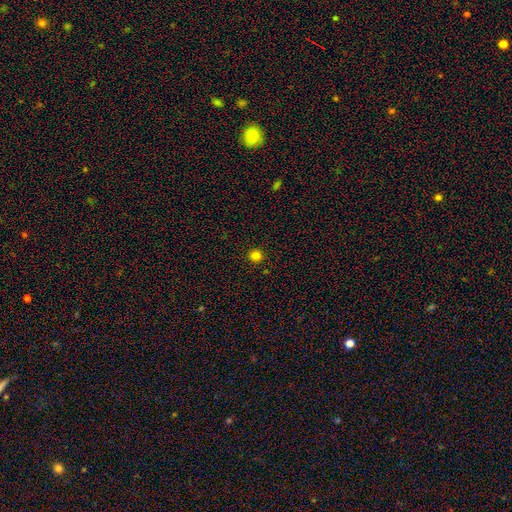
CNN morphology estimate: type=smooth (82%); roundness=round (95%); merging=none (93%).